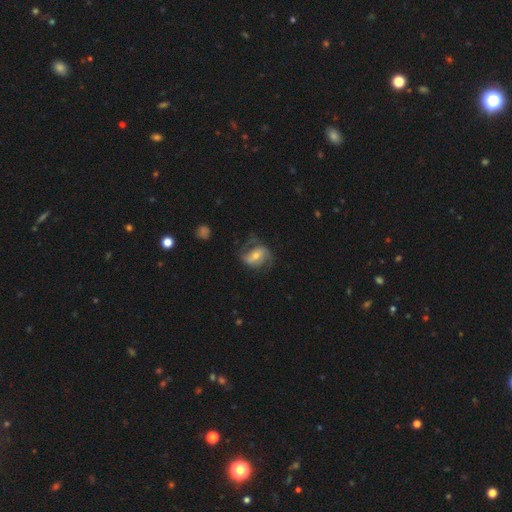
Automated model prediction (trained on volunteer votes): The model was most divided on "bar": weak: 38%, strong: 33%, no: 29%. Remaining: edge-on disk — no (96%); spiral arms — yes (88%); spiral arm count — 2 (81%); smooth or featured — featured or disk (72%); merging — none (59%); bulge size — moderate (52%); spiral winding — medium (47%).